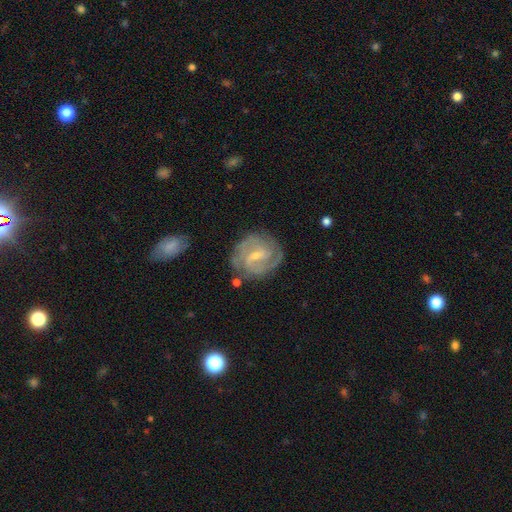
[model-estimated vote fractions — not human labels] smooth-or-featured: featured or disk: 83% | smooth: 10% | star or artifact: 6%
  disk-edge-on: no: 97% | yes: 3%
    bar: weak: 56% | strong: 24% | no: 21%
    has-spiral-arms: yes: 95% | no: 5%
      spiral-winding: tight: 54% | medium: 38% | loose: 9%
      spiral-arm-count: 2: 57% | can't tell: 17% | 3: 16% | 4: 4% | 1: 4% | more than 4: 3%
    bulge-size: small: 63% | moderate: 32% | none: 4% | large: 1% | dominant: 1%
  merging: none: 76% | minor disturbance: 16% | major disturbance: 6% | merger: 2%